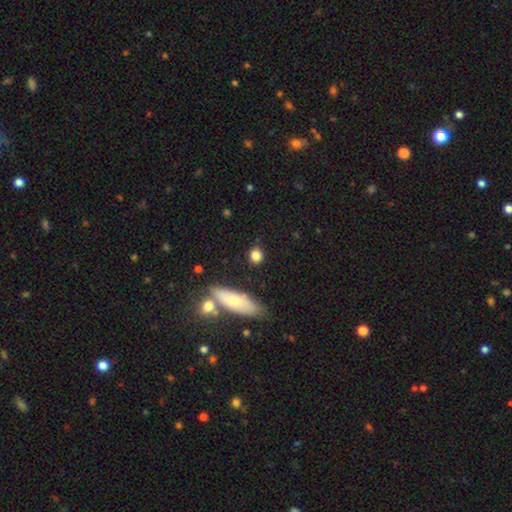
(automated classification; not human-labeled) smooth-or-featured: smooth: 82% | star or artifact: 9% | featured or disk: 9%
  how-rounded: round: 75% | in between: 20% | cigar-shaped: 4%
  merging: none: 79% | minor disturbance: 11% | merger: 6% | major disturbance: 4%